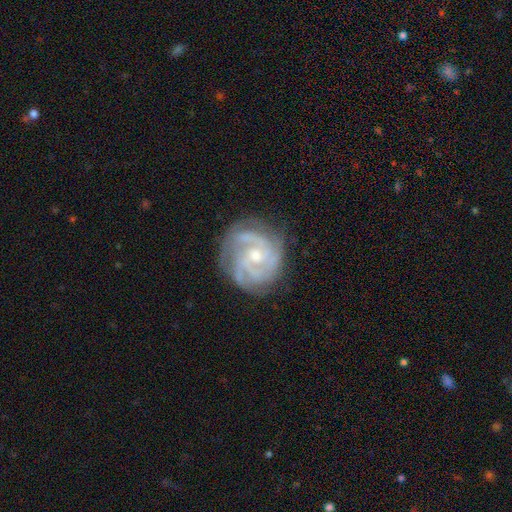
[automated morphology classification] Overall: featured or disk (86%). Edge-on disk: no (98%). Bar: no (66%; weak 29%). Spiral arms: yes (96%). Spiral arm count: 3 (33%; can't tell 22%). Spiral winding: tight (63%; medium 31%). Bulge size: moderate (54%; small 40%). Merging: none (75%).